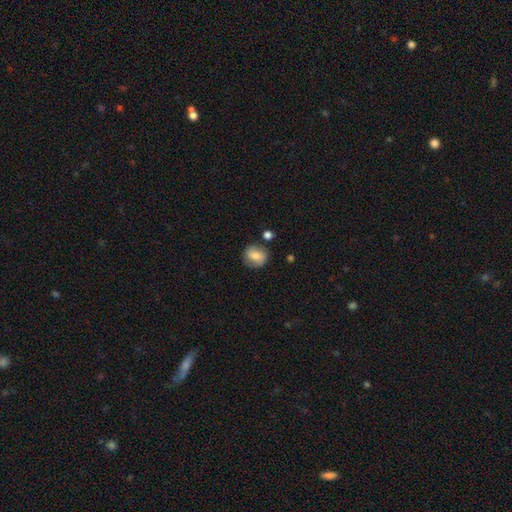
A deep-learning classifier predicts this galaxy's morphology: type=smooth (71%); roundness=round (78%); merging=none (75%).